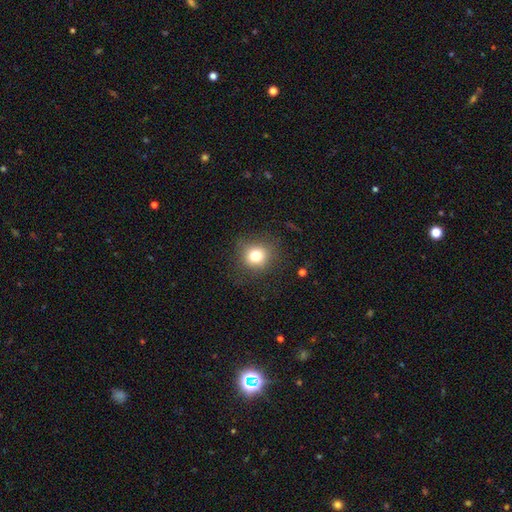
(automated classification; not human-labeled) Overall: smooth (76%). How rounded: round (86%). Merging: none (82%).